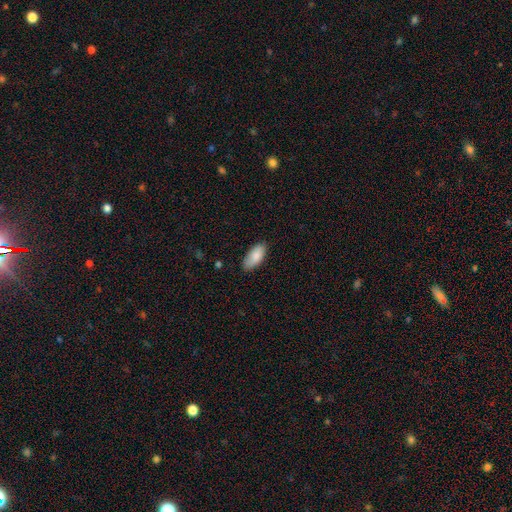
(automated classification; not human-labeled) A smooth galaxy with no disk features (86%) that is in between round and cigar-shaped (90%).

Vote fractions:
- Smooth or featured? smooth: 86% / featured or disk: 8% / star or artifact: 6%
- How rounded? in between: 90% / cigar-shaped: 9% / round: 2%
- Merging? none: 82% / minor disturbance: 15% / major disturbance: 2% / merger: 1%